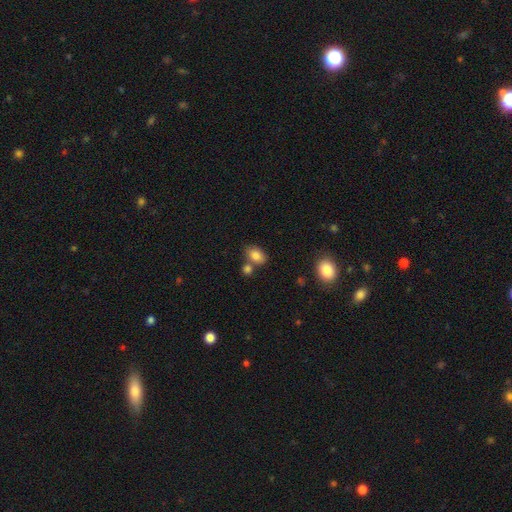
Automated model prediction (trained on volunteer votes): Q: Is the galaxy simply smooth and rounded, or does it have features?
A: smooth — 83%.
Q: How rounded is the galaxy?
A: in between — 81%.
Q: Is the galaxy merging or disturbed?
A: none — 61%.